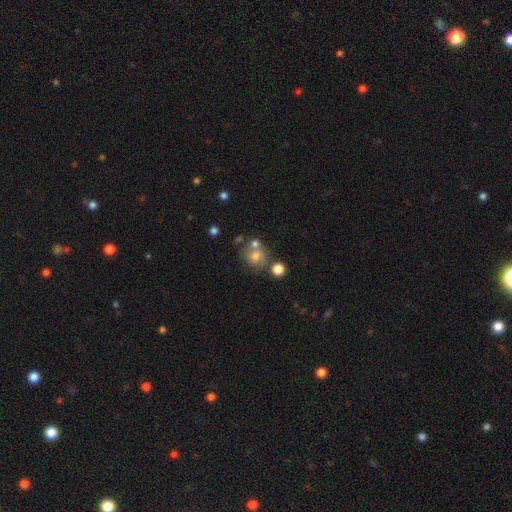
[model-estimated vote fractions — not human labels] This is likely a smooth galaxy (69%). How rounded: likely round (75%). Merging: possibly none (51%).